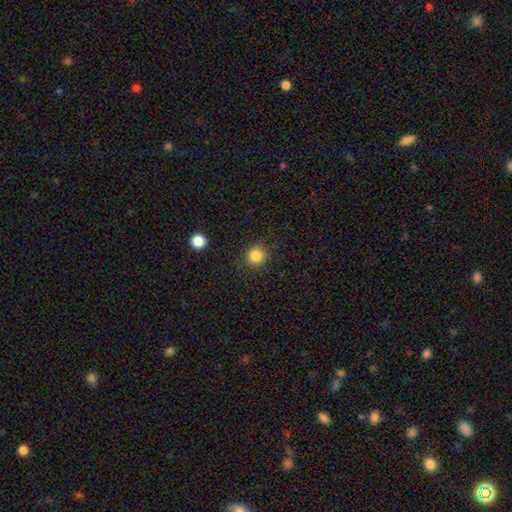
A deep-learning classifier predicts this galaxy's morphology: A smooth galaxy with no disk features (85%) that is round (94%). Merging: none (90%).